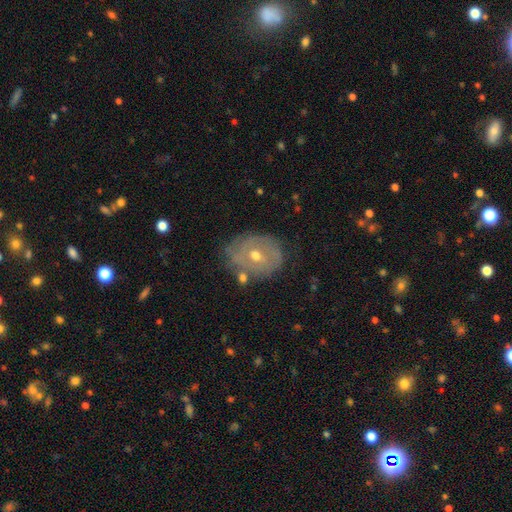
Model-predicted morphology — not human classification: Smooth or featured? featured or disk (62%)
Edge-on disk? no (95%)
Bar? no (67%)
Spiral arms? yes (58%)
Bulge size? moderate (62%)
Merging? none (68%)